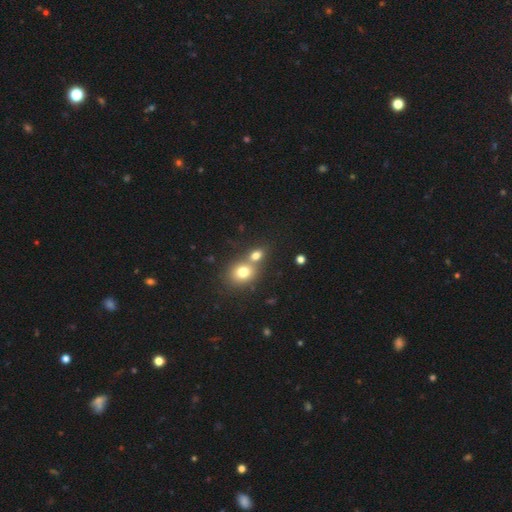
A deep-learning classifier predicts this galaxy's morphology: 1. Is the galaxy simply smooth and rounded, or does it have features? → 76% smooth, 13% star or artifact, 12% featured or disk.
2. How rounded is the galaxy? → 52% round, 47% in between, 2% cigar-shaped.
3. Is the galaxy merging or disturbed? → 52% merger, 37% none, 7% minor disturbance, 3% major disturbance.